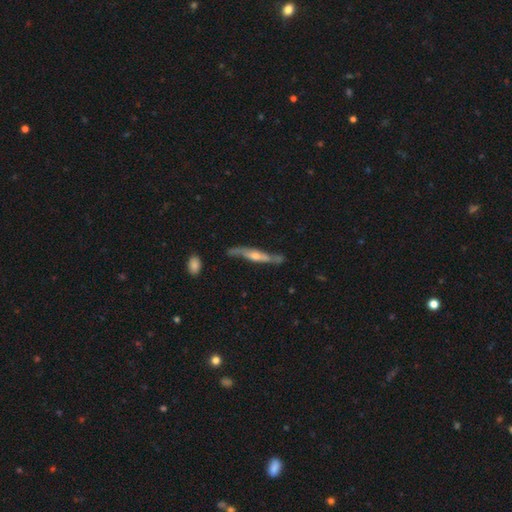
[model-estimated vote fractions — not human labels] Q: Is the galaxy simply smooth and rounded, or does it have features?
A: featured or disk — 73%.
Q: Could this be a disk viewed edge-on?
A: yes — 82%.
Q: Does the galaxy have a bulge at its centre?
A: rounded — 77%.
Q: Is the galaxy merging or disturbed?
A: none — 69%.